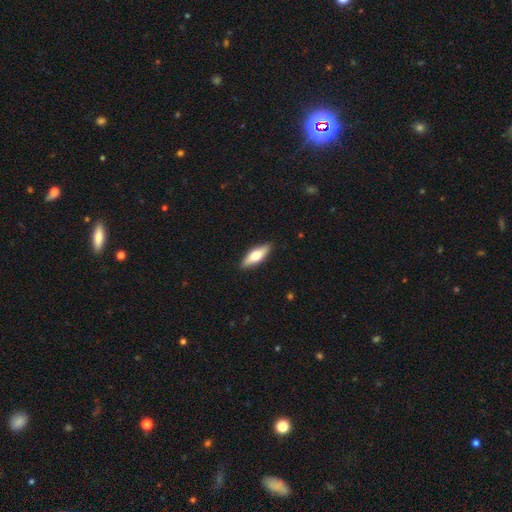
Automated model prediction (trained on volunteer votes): Smooth or featured?
  - smooth: 61% *
  - featured or disk: 34%
  - star or artifact: 6%
How rounded?
  - in between: 58% *
  - cigar-shaped: 40%
  - round: 2%
Merging?
  - none: 88% *
  - minor disturbance: 9%
  - major disturbance: 2%
  - merger: 1%